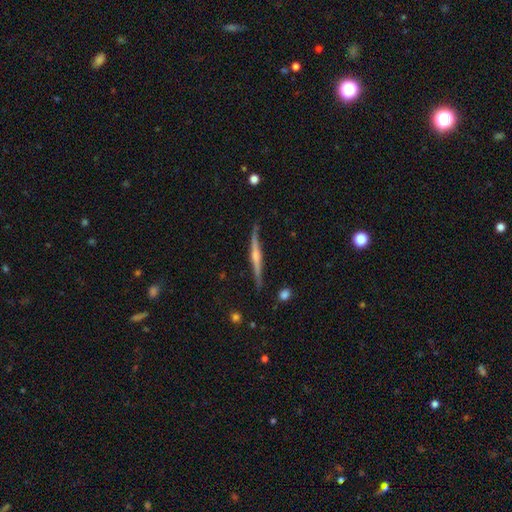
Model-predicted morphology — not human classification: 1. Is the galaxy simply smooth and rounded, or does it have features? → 79% featured or disk, 15% smooth, 6% star or artifact.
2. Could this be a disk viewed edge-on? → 98% yes, 2% no.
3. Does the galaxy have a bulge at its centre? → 78% rounded, 13% none, 9% boxy.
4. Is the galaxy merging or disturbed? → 86% none, 10% minor disturbance, 2% major disturbance, 2% merger.